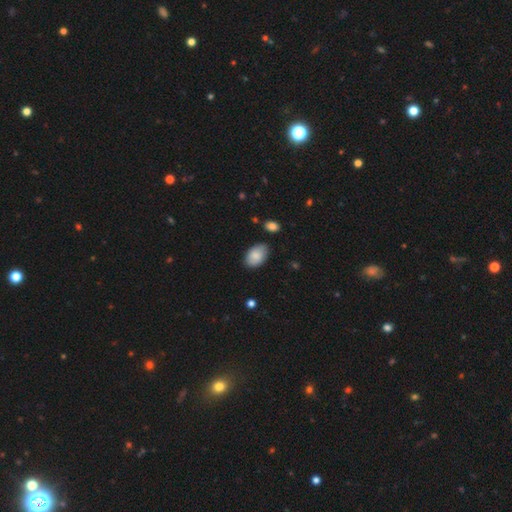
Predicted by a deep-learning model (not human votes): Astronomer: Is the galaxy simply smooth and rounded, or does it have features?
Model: smooth — 85%.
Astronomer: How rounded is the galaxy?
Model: in between — 90%.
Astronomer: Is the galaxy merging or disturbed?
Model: none — 80%.